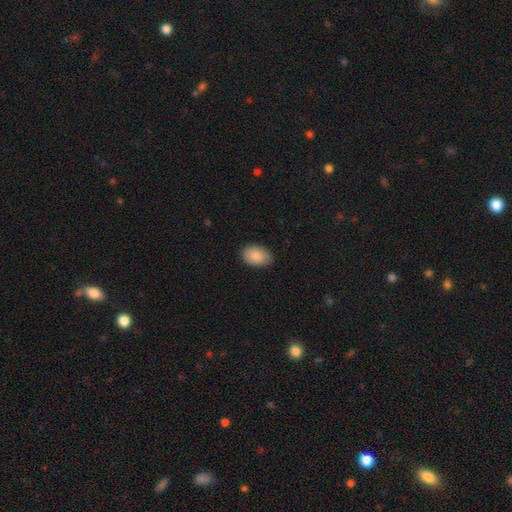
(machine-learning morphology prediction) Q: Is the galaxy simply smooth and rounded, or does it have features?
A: smooth — 88%.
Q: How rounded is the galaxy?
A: in between — 86%.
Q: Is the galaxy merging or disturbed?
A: none — 83%.